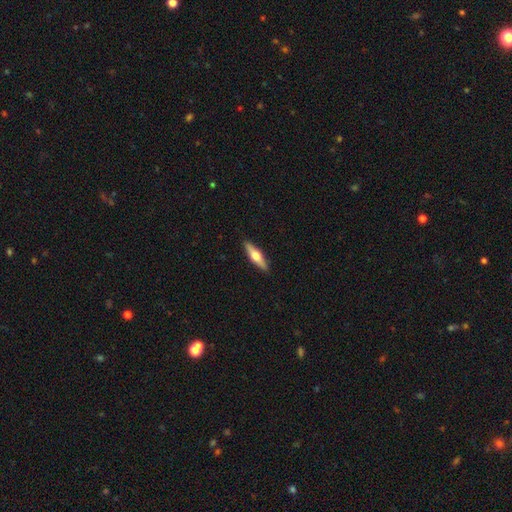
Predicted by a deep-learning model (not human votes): smooth_or_featured: featured or disk (p=0.52) [alt: smooth p=0.42]
disk_edge_on: yes (p=0.94) [alt: no p=0.06]
merging: none (p=0.91) [alt: minor disturbance p=0.07]